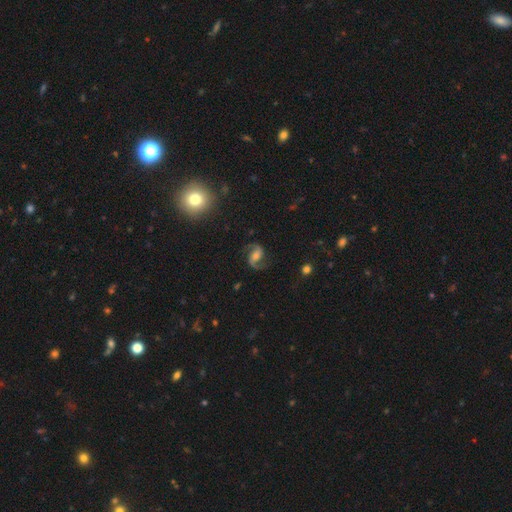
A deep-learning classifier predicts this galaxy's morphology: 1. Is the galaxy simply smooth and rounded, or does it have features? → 87% featured or disk, 6% star or artifact, 6% smooth.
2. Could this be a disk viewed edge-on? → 98% no, 2% yes.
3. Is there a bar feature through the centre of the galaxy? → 43% weak, 31% no, 26% strong.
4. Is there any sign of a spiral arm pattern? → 97% yes, 3% no.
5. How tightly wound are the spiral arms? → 46% medium, 44% loose, 9% tight.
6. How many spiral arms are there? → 94% 2, 2% 1, 2% can't tell, 1% 3, 1% 4, 1% more than 4.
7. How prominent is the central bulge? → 43% moderate, 34% small, 11% none, 10% large, 2% dominant.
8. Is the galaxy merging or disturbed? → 78% none, 13% minor disturbance, 7% major disturbance, 2% merger.